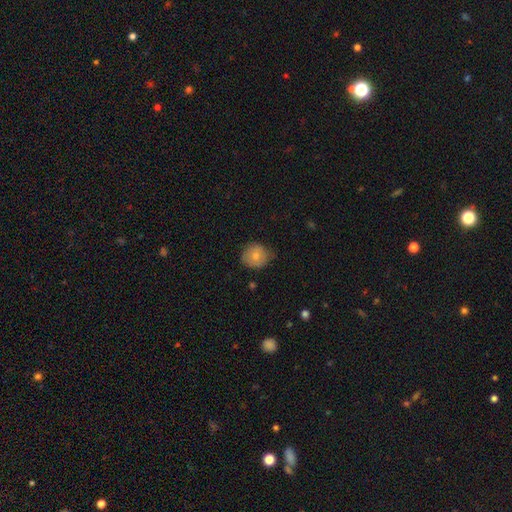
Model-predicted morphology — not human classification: Overall: smooth (75%). How rounded: round (81%). Merging: none (73%).